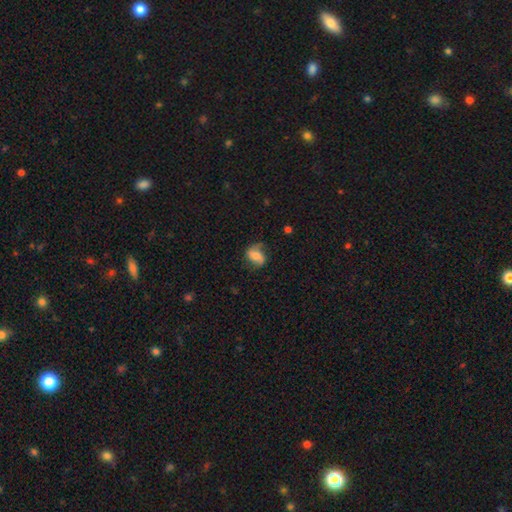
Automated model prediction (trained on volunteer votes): This appears to be a smooth galaxy with no disk features (54%) that is in between round and cigar-shaped (72%). Merging: none (58%).